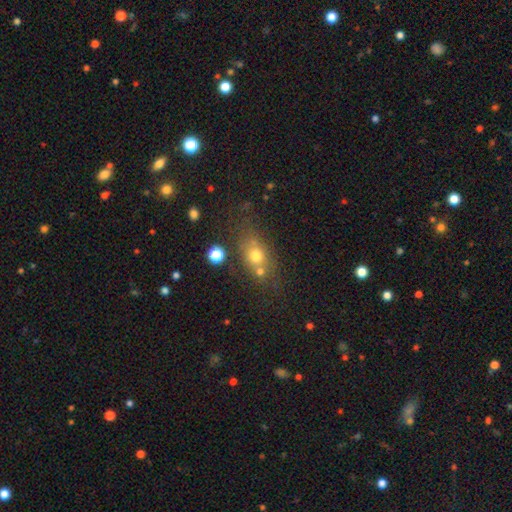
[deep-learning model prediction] smooth 67%, featured or disk 17%, star or artifact 16%. Down the decision tree: how rounded — in between (48%); merging — none (58%).